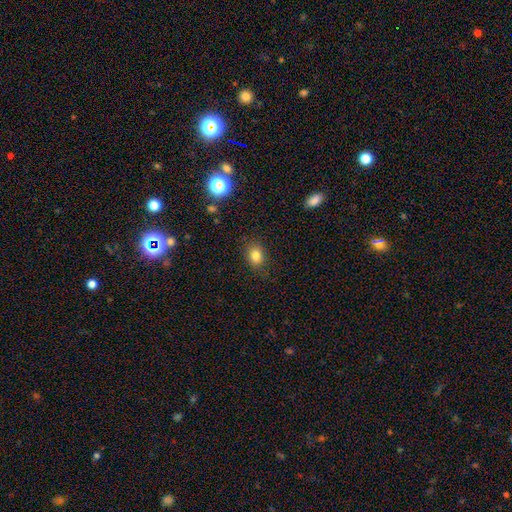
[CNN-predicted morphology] smooth-or-featured: smooth: 82% | star or artifact: 12% | featured or disk: 6%
  how-rounded: in between: 53% | round: 46% | cigar-shaped: 1%
  merging: none: 84% | minor disturbance: 11% | major disturbance: 3% | merger: 1%